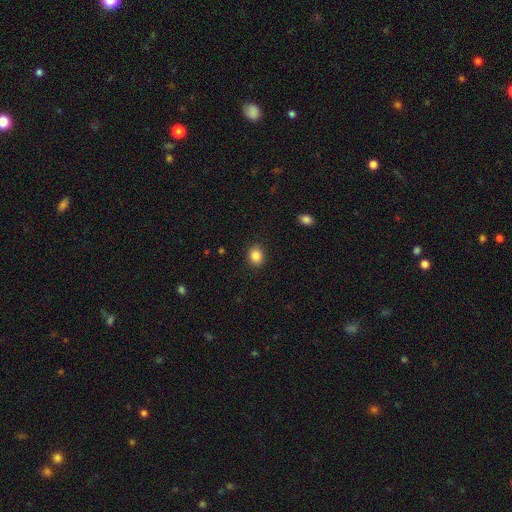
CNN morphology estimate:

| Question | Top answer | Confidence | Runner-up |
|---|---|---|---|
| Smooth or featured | smooth | 86% | star or artifact (9%) |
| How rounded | round | 57% | in between (42%) |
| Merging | none | 89% | minor disturbance (8%) |